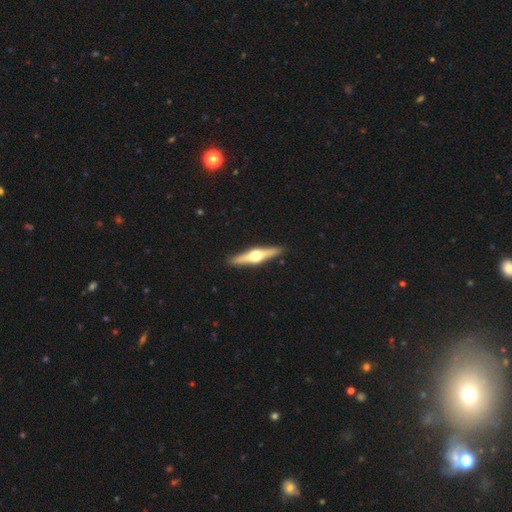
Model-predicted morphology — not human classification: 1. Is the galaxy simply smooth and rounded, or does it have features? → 77% featured or disk, 18% smooth, 5% star or artifact.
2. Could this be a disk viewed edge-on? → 98% yes, 2% no.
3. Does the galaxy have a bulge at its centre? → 96% rounded, 2% boxy, 1% none.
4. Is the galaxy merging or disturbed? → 92% none, 5% minor disturbance, 1% major disturbance, 1% merger.